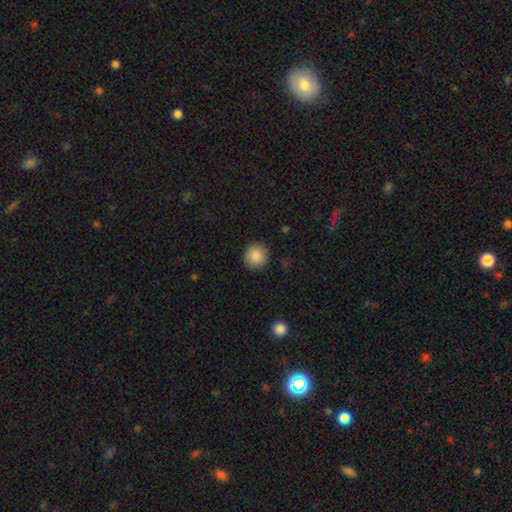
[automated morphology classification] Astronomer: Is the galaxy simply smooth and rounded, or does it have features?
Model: smooth — 88%.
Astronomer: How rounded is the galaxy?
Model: round — 93%.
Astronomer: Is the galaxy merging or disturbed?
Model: none — 91%.